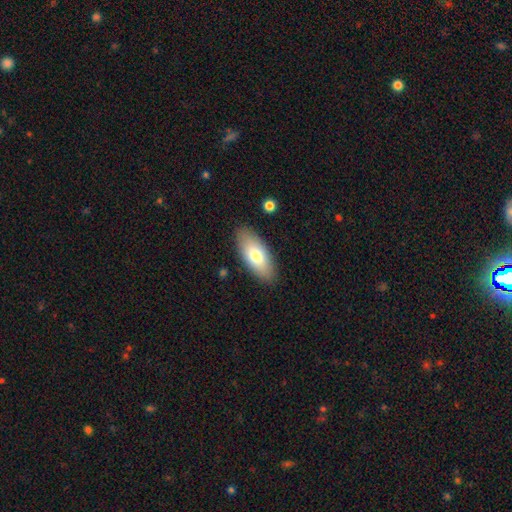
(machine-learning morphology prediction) A smooth galaxy with no disk features (74%) that is in between round and cigar-shaped (87%). Merging: none (86%).